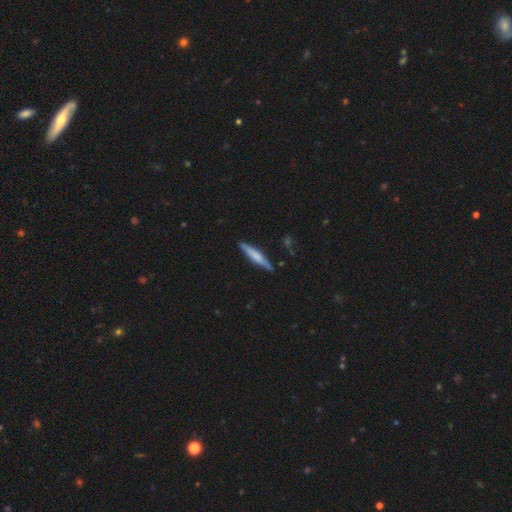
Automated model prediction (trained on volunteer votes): Smooth or featured? smooth (54%)
How rounded? cigar-shaped (91%)
Merging? none (86%)